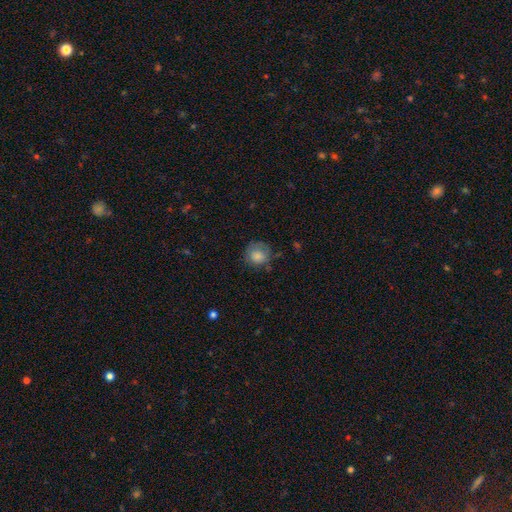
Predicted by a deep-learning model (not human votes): Smooth or featured: smooth — 73% (featured or disk — 16%)
How rounded: round — 84% (in between — 15%)
Merging: none — 67% (minor disturbance — 22%)